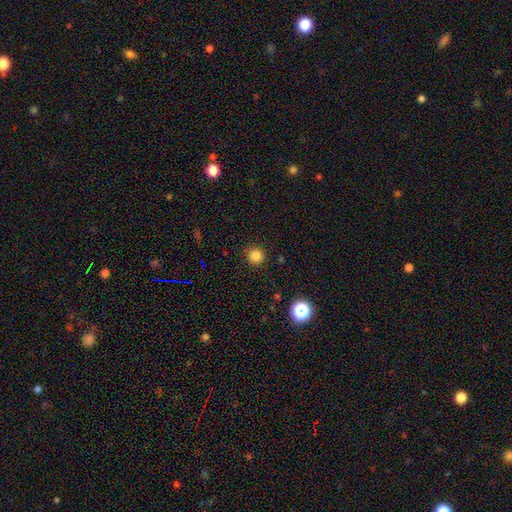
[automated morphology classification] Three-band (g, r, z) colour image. It shows a smooth galaxy with no disk features (83%) that is round (94%). Merging: none (91%).